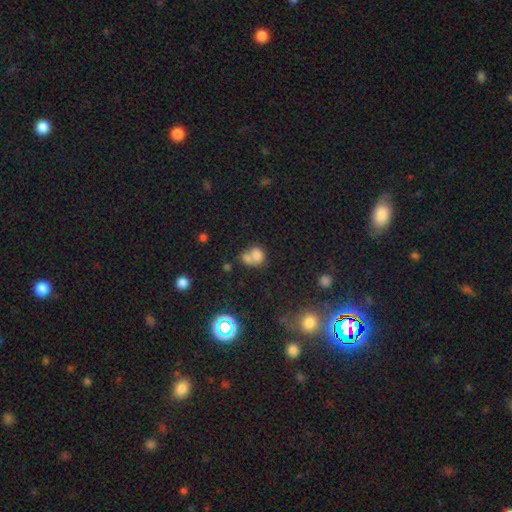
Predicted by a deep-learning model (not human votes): A smooth galaxy with no disk features (72%) that is round (65%).

Vote fractions:
- Smooth or featured? smooth: 72% / star or artifact: 15% / featured or disk: 13%
- How rounded? round: 65% / in between: 34% / cigar-shaped: 1%
- Merging? merger: 58% / none: 28% / minor disturbance: 9% / major disturbance: 5%